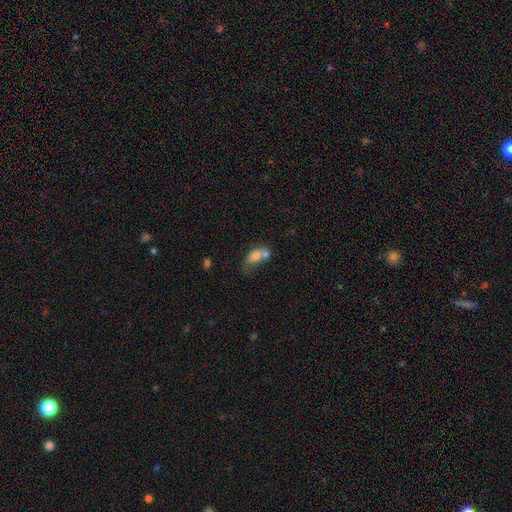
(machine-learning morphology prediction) Q: Smooth or featured?
A: smooth (72%); runner-up: featured or disk (19%)
Q: How rounded?
A: in between (77%); runner-up: round (19%)
Q: Merging?
A: merger (52%); runner-up: none (23%)